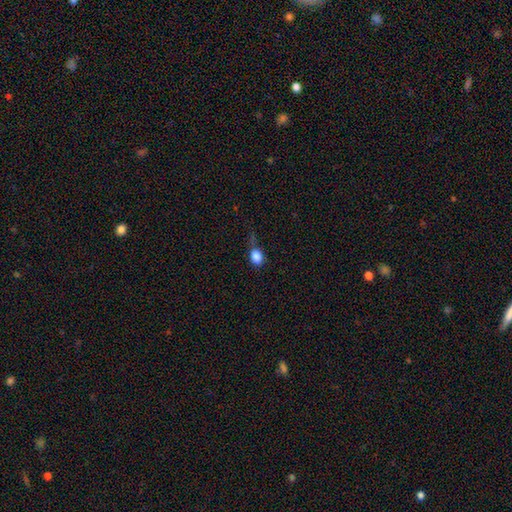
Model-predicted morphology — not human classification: Q: Smooth or featured?
A: smooth (85%); runner-up: star or artifact (10%)
Q: How rounded?
A: in between (61%); runner-up: round (37%)
Q: Merging?
A: none (50%); runner-up: minor disturbance (30%)